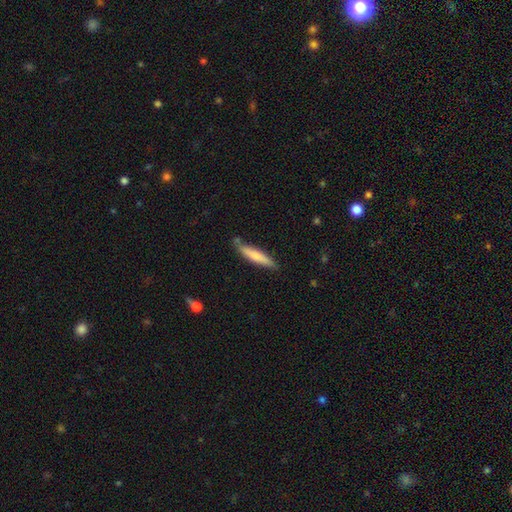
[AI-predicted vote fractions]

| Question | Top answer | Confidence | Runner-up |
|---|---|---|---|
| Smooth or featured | smooth | 68% | featured or disk (27%) |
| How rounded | cigar-shaped | 88% | in between (11%) |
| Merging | none | 75% | minor disturbance (18%) |